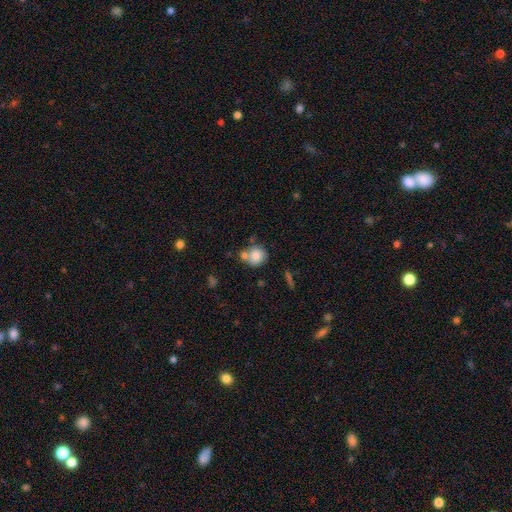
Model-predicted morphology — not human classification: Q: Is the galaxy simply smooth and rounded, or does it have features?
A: smooth — 81%.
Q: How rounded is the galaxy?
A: round — 85%.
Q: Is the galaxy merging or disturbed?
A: none — 52%.